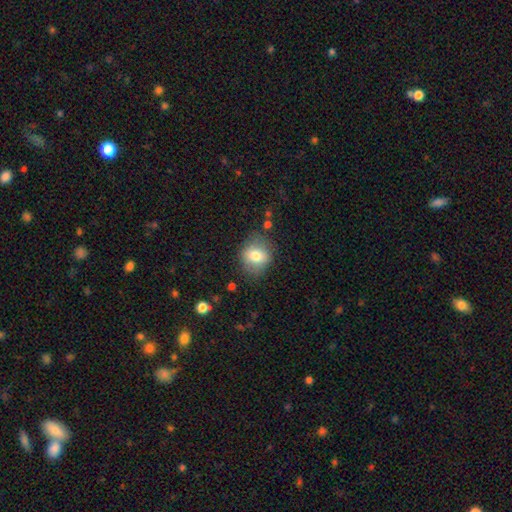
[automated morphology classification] Smooth or featured? Predicted: smooth (p=0.74). How rounded? Predicted: round (p=0.65). Merging? Predicted: none (p=0.77).